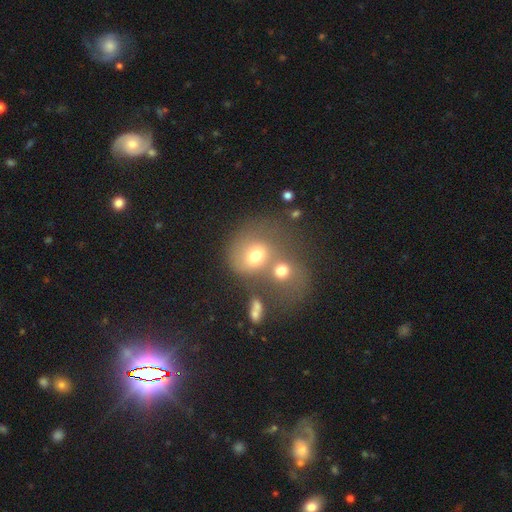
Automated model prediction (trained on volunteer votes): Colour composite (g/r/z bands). It shows a smooth galaxy with no disk features (63%) that is round (69%). Merging: merger (55%).